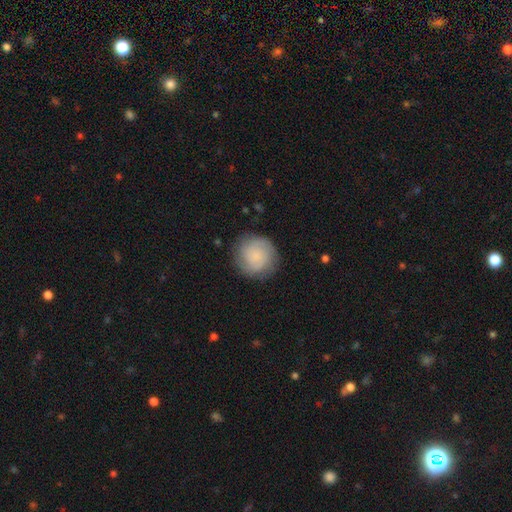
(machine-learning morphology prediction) Smooth or featured: smooth — 57% (featured or disk — 35%)
How rounded: round — 91% (in between — 8%)
Merging: none — 82% (minor disturbance — 13%)